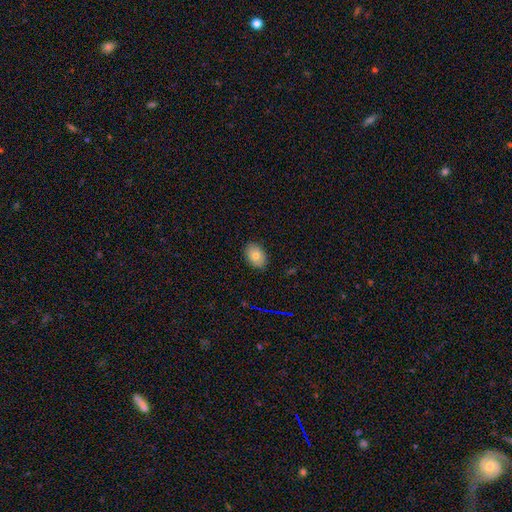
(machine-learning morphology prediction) This appears to be a smooth galaxy with no disk features (78%) that is in between round and cigar-shaped (82%). Merging: none (88%).